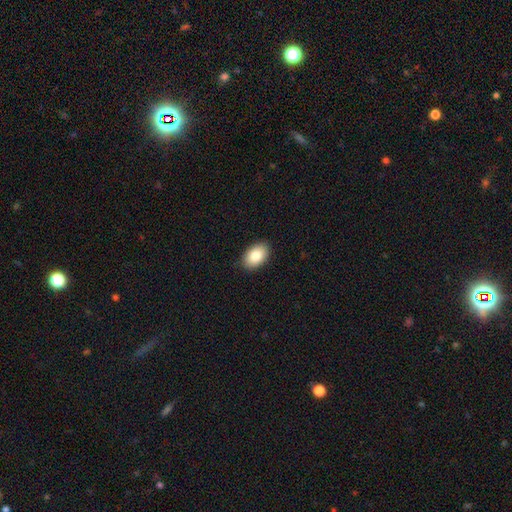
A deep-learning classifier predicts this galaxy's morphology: Overall: smooth (84%). How rounded: in between (91%). Merging: none (89%).